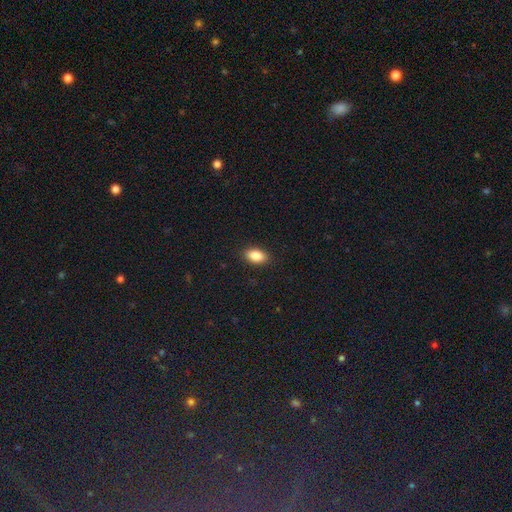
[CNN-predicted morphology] type=smooth (87%); roundness=in between (92%); merging=none (89%).